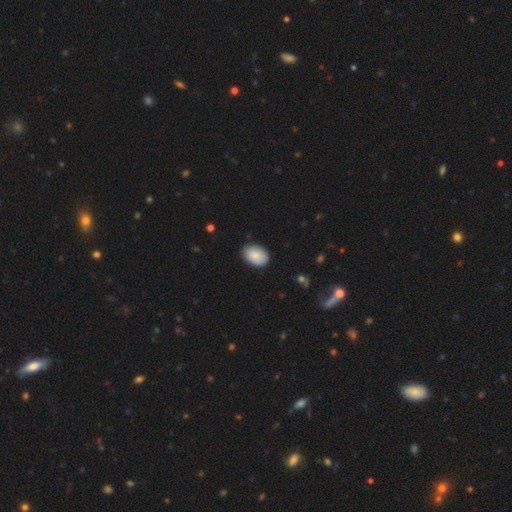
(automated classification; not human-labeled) This appears to be a smooth galaxy with no disk features (88%) that is in between round and cigar-shaped (82%). Merging: none (84%).